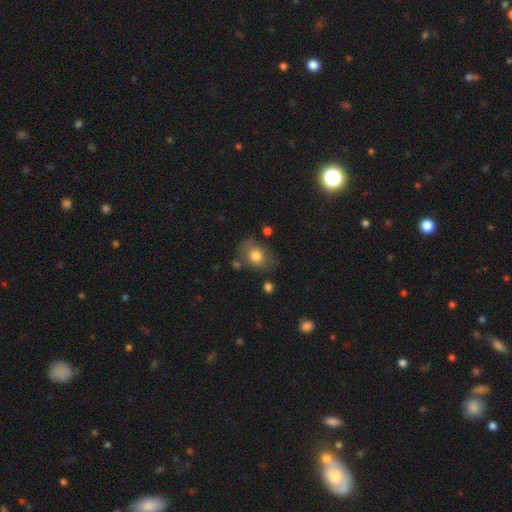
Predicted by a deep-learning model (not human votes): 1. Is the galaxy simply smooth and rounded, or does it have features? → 75% smooth, 17% featured or disk, 9% star or artifact.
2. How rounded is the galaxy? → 55% in between, 44% round, 1% cigar-shaped.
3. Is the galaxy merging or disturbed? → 64% none, 22% minor disturbance, 8% major disturbance, 6% merger.